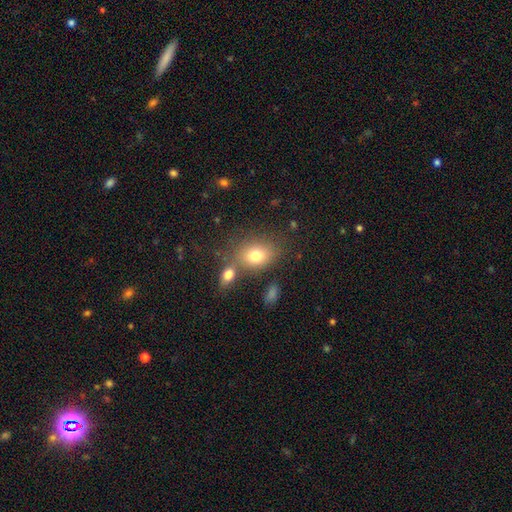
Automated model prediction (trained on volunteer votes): A smooth galaxy with no disk features (78%) that is in between round and cigar-shaped (67%). Merging: none (59%).